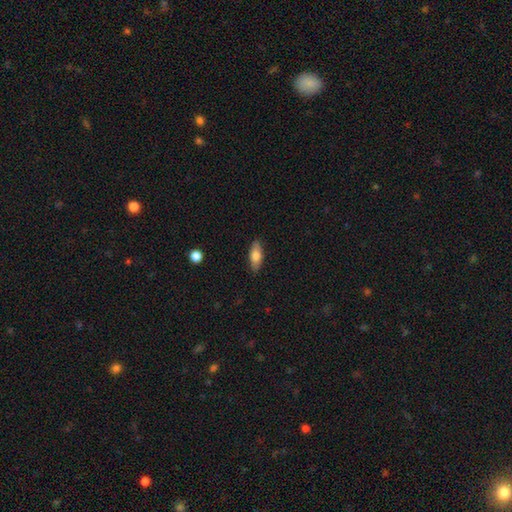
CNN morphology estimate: Smooth or featured?
  - smooth: 74% *
  - featured or disk: 20%
  - star or artifact: 7%
How rounded?
  - in between: 77% *
  - cigar-shaped: 20%
  - round: 3%
Merging?
  - none: 87% *
  - minor disturbance: 10%
  - major disturbance: 2%
  - merger: 1%